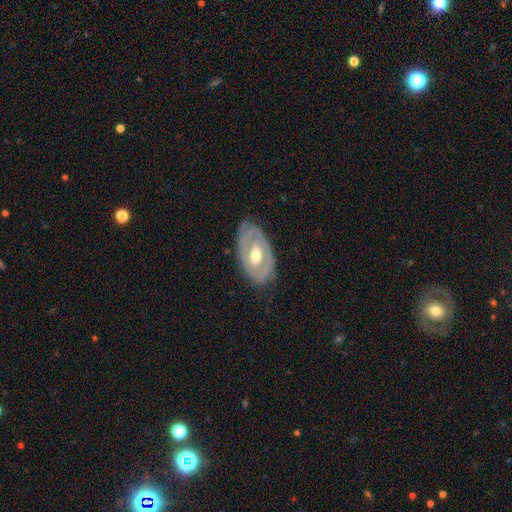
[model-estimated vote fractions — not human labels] smooth_or_featured: featured or disk (p=0.71) [alt: smooth p=0.24]
disk_edge_on: no (p=0.91) [alt: yes p=0.09]
bar: no (p=0.50) [alt: weak p=0.34]
has_spiral_arms: no (p=0.56) [alt: yes p=0.44]
bulge_size: moderate (p=0.73) [alt: small p=0.13]
merging: none (p=0.80) [alt: minor disturbance p=0.15]